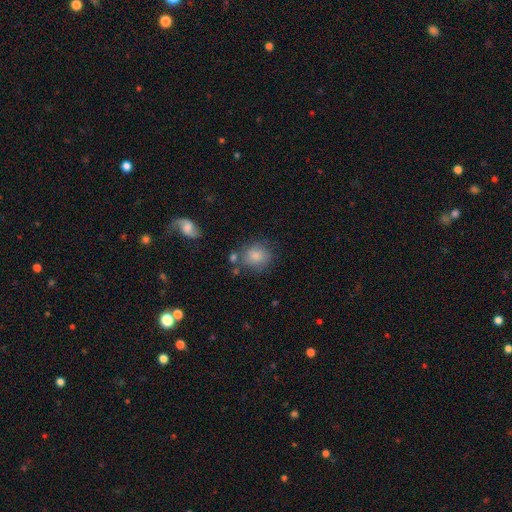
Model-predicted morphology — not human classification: A smooth galaxy with no disk features (81%) that is round (74%). Merging: none (66%).